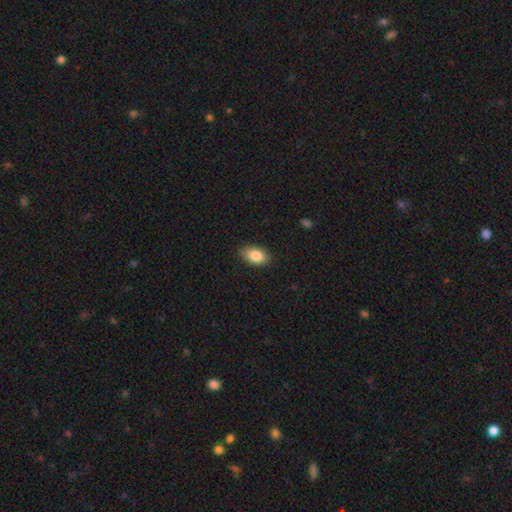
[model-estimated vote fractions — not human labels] smooth-or-featured: smooth: 85% | featured or disk: 8% | star or artifact: 7%
  how-rounded: in between: 91% | round: 7% | cigar-shaped: 2%
  merging: none: 86% | minor disturbance: 11% | major disturbance: 2% | merger: 1%